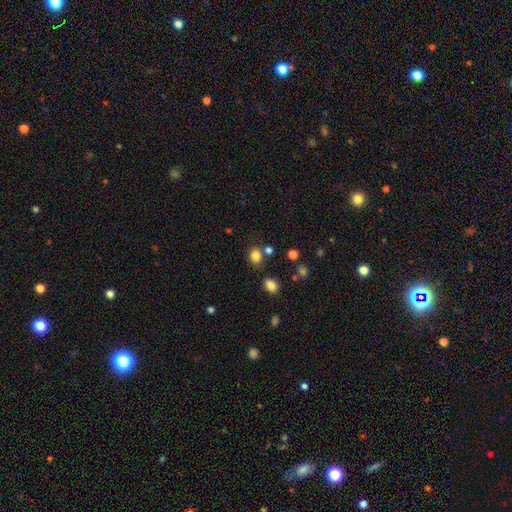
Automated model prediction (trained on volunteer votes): smooth_or_featured: smooth (p=0.82) [alt: star or artifact p=0.13]
how_rounded: round (p=0.51) [alt: in between p=0.48]
merging: none (p=0.71) [alt: minor disturbance p=0.13]